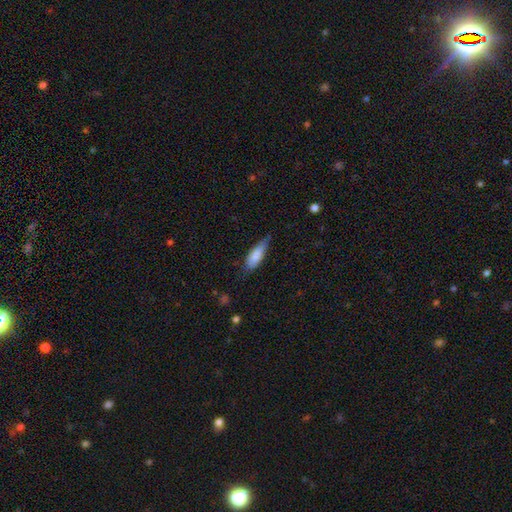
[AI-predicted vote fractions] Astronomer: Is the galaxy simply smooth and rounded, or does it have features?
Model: smooth — 81%.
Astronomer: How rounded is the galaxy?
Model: in between — 58% (runner-up: cigar-shaped, 40%).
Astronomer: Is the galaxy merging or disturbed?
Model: none — 56% (runner-up: minor disturbance, 35%).